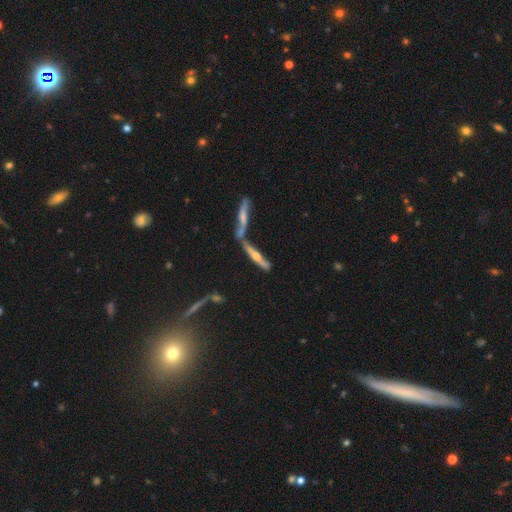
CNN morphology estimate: featured or disk 64%, smooth 27%, star or artifact 8%. Down the decision tree: edge-on disk — yes (91%); edge-on bulge — rounded (82%); merging — none (44%).